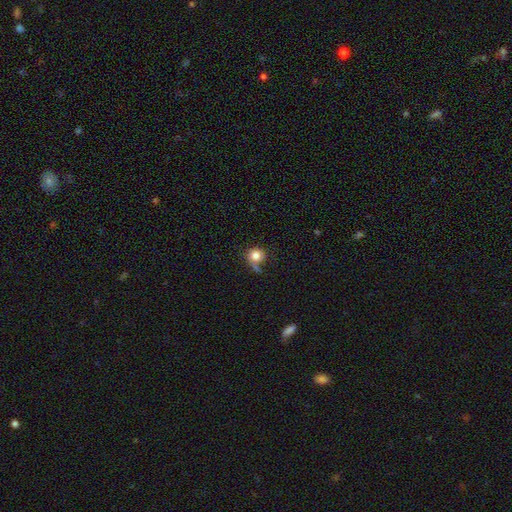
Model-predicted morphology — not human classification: smooth-or-featured: smooth: 82% | star or artifact: 9% | featured or disk: 9%
  how-rounded: round: 87% | in between: 12% | cigar-shaped: 1%
  merging: none: 57% | minor disturbance: 20% | major disturbance: 12% | merger: 11%